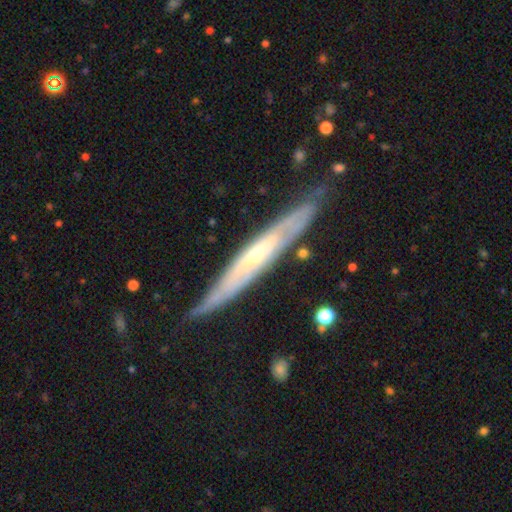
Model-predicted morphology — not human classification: type=featured or disk (77%); edge-on=yes (73%); edge-on bulge=rounded (55%); merging=none (79%).